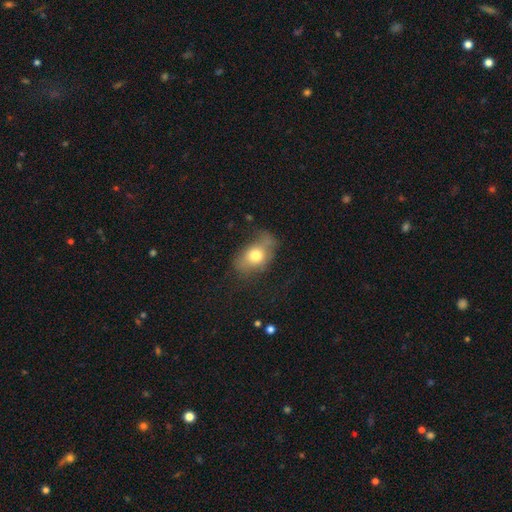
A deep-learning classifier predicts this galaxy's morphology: Overall: smooth (69%). How rounded: in between (79%). Merging: none (48%; minor disturbance 30%).